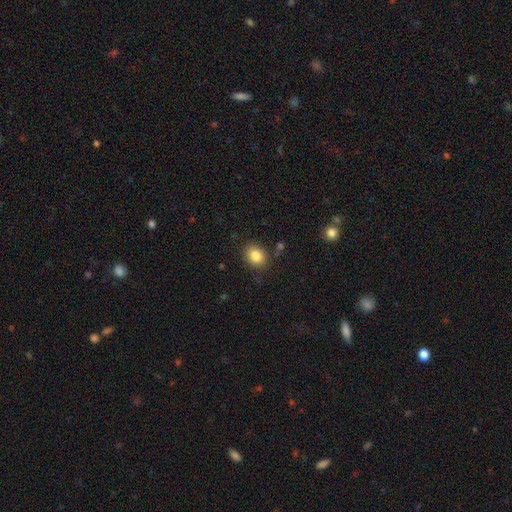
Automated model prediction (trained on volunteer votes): smooth_or_featured: smooth (p=0.85) [alt: star or artifact p=0.10]
how_rounded: in between (p=0.50) [alt: round p=0.49]
merging: none (p=0.84) [alt: minor disturbance p=0.11]